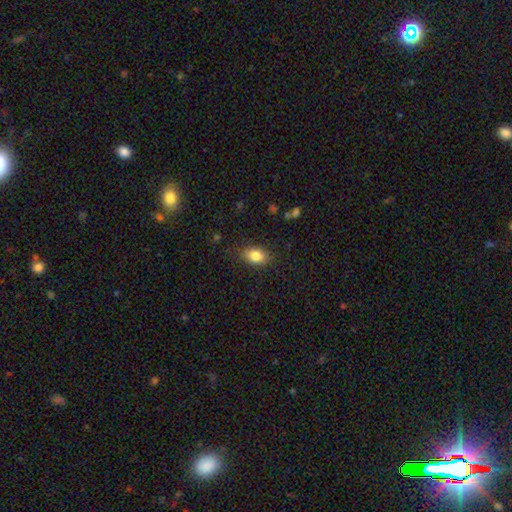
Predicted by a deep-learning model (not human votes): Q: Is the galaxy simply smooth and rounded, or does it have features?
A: smooth — 84%.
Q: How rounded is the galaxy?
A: in between — 85%.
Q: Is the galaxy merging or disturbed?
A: none — 84%.